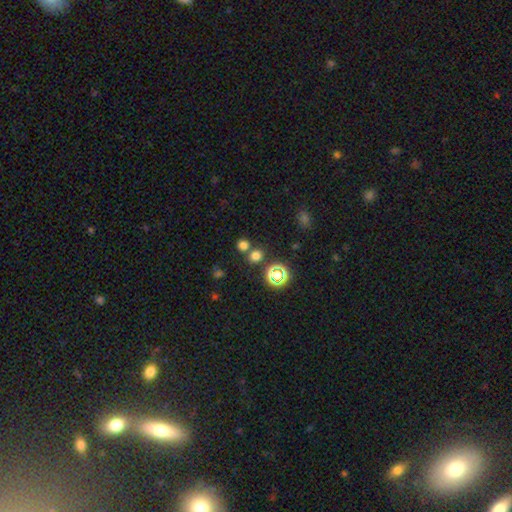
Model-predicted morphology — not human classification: This is likely a smooth galaxy (66%). How rounded: clearly round (85%). Merging: likely none (69%).